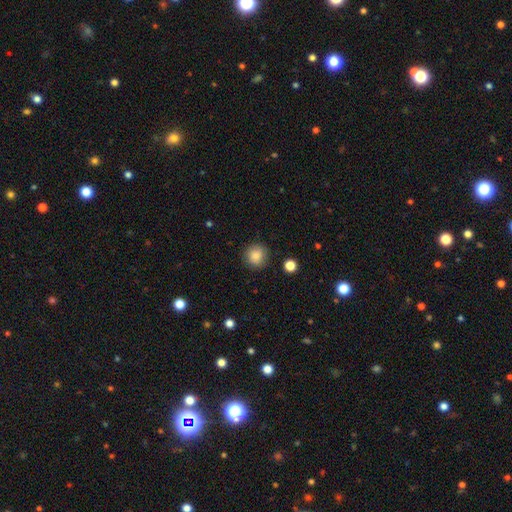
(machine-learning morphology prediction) smooth 85%, star or artifact 9%, featured or disk 6%. Down the decision tree: how rounded — round (90%); merging — none (86%).